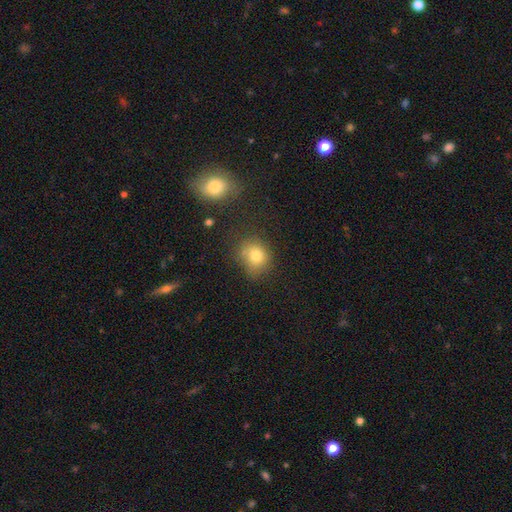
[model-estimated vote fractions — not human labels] This appears to be a smooth galaxy with no disk features (77%) that is round (68%). Merging: none (63%).